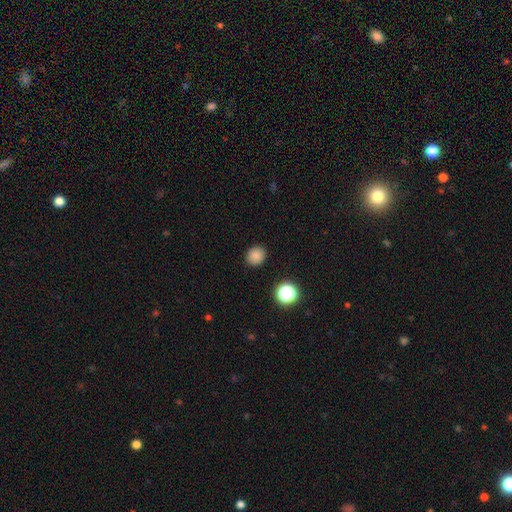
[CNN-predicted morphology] Smooth or featured? smooth (83%)
How rounded? round (73%)
Merging? none (89%)